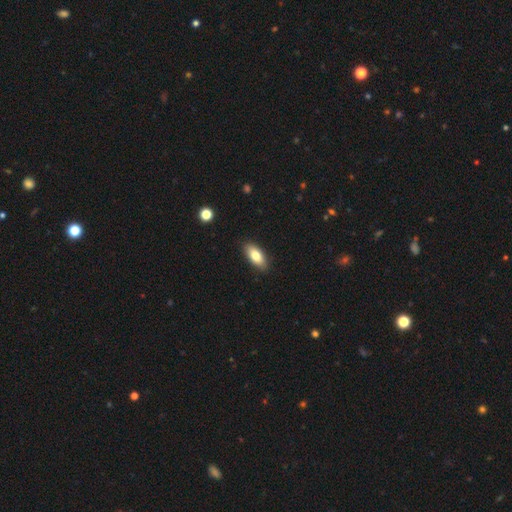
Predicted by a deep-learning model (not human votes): Q: Smooth or featured?
A: smooth (80%); runner-up: featured or disk (14%)
Q: How rounded?
A: in between (86%); runner-up: cigar-shaped (11%)
Q: Merging?
A: none (88%); runner-up: minor disturbance (9%)